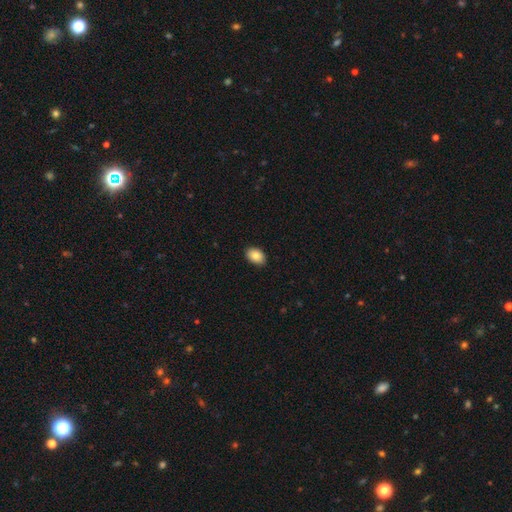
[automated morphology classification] type=smooth (86%); roundness=in between (87%); merging=none (89%).